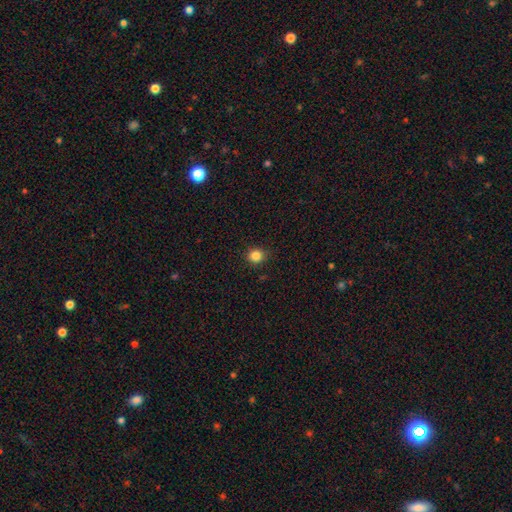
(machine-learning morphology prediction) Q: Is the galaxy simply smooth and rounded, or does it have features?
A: smooth — 85%.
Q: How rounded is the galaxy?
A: round — 89%.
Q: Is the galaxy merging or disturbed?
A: none — 89%.